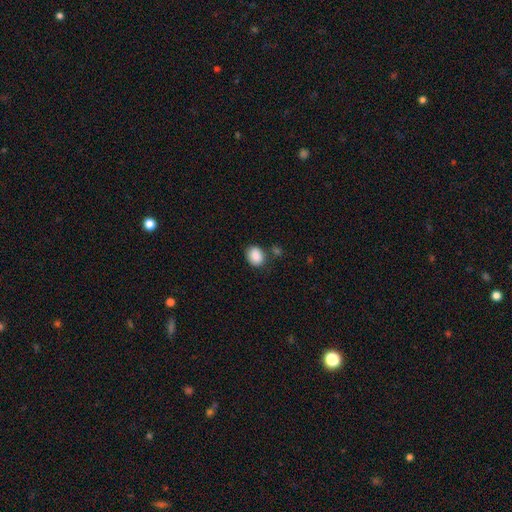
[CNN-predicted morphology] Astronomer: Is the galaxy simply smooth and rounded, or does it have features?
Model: smooth — 88%.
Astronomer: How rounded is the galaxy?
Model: in between — 53% (runner-up: round, 46%).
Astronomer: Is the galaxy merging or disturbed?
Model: none — 75%.